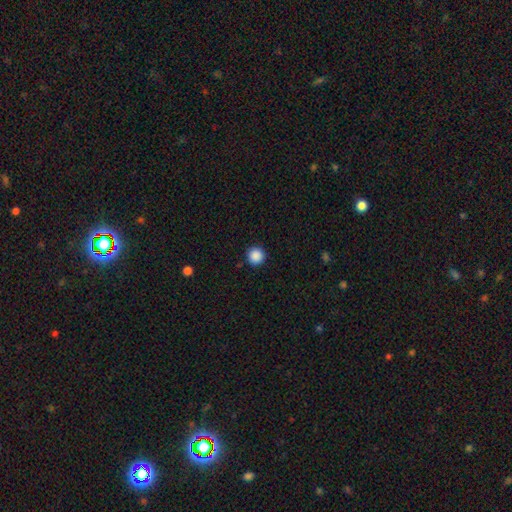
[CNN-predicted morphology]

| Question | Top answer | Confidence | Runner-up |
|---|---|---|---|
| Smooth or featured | smooth | 88% | star or artifact (10%) |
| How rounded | round | 96% | in between (3%) |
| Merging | none | 91% | minor disturbance (6%) |